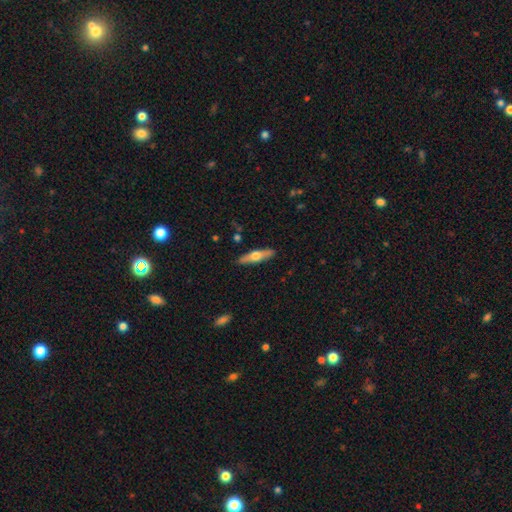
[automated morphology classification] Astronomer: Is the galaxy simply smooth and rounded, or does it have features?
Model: smooth — 47%, tied with featured or disk at 47%.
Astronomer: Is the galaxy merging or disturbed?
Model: none — 89%.